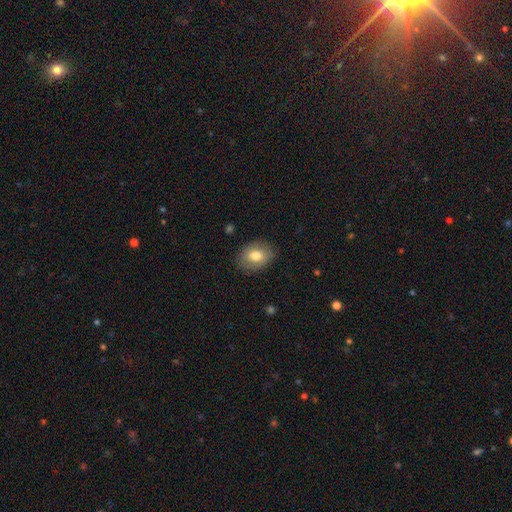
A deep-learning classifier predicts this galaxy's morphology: Q: Smooth or featured?
A: smooth (76%); runner-up: featured or disk (16%)
Q: How rounded?
A: in between (68%); runner-up: round (31%)
Q: Merging?
A: none (85%); runner-up: minor disturbance (11%)